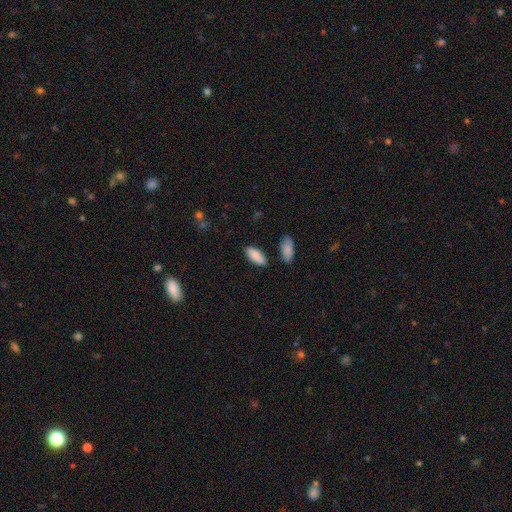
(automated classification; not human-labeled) smooth_or_featured: smooth (p=0.88) [alt: star or artifact p=0.06]
how_rounded: in between (p=0.85) [alt: cigar-shaped p=0.13]
merging: none (p=0.82) [alt: minor disturbance p=0.11]